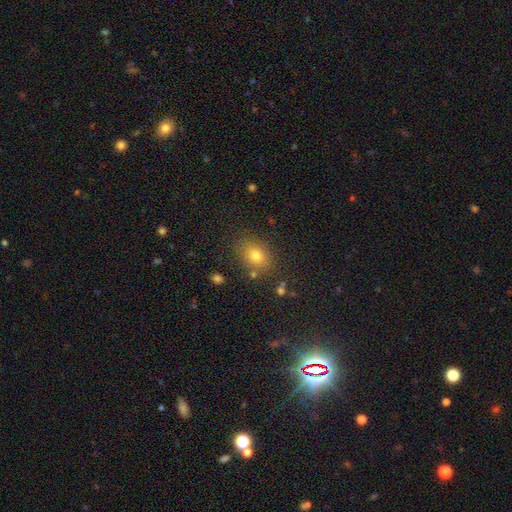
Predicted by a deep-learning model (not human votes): Smooth or featured? Predicted: smooth (p=0.75). How rounded? Predicted: in between (p=0.53). Merging? Predicted: none (p=0.81).